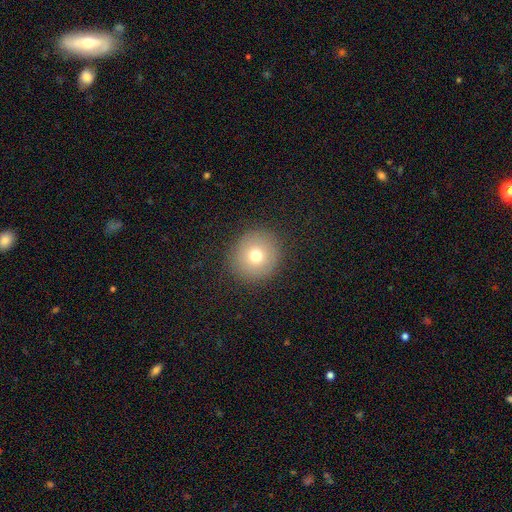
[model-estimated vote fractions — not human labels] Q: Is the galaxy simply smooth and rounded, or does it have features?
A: smooth — 72%.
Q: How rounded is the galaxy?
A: round — 91%.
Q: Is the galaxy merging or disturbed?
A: none — 89%.